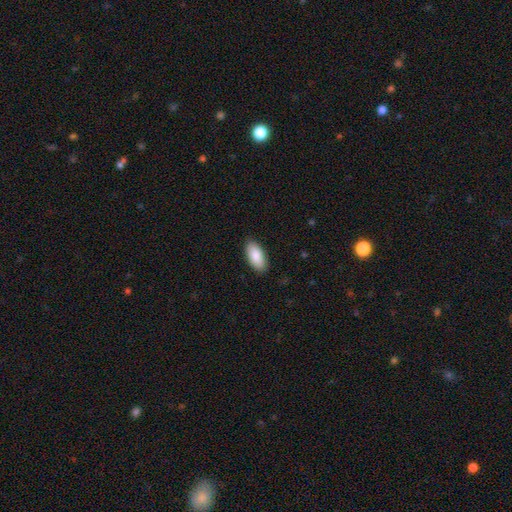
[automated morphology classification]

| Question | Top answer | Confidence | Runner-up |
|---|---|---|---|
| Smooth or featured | smooth | 88% | featured or disk (6%) |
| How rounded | in between | 92% | cigar-shaped (6%) |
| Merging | none | 89% | minor disturbance (8%) |